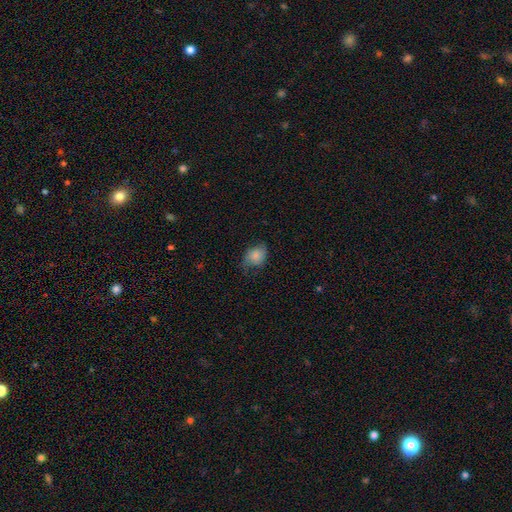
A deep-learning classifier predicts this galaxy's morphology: Smooth or featured? Predicted: smooth (p=0.75). How rounded? Predicted: in between (p=0.63). Merging? Predicted: none (p=0.55).